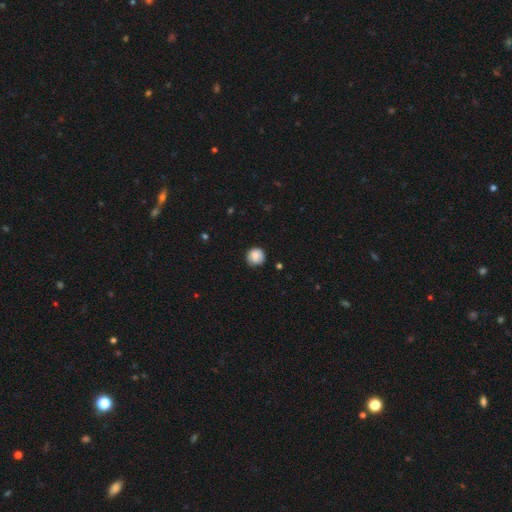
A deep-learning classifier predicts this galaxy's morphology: Smooth or featured: smooth — 85% (star or artifact — 8%)
How rounded: round — 94% (in between — 5%)
Merging: none — 83% (minor disturbance — 14%)